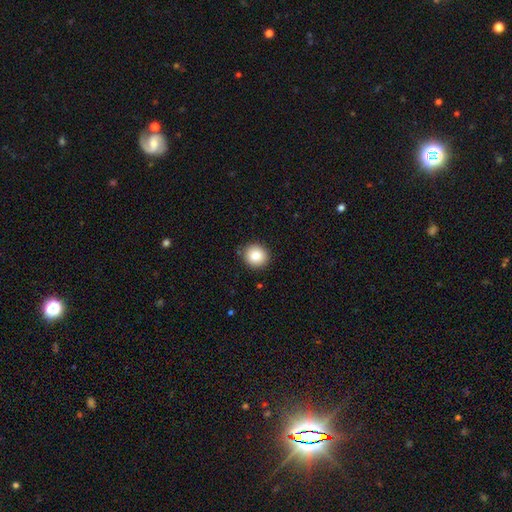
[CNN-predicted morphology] This appears to be a smooth galaxy with no disk features (84%) that is round (89%). Merging: none (88%).